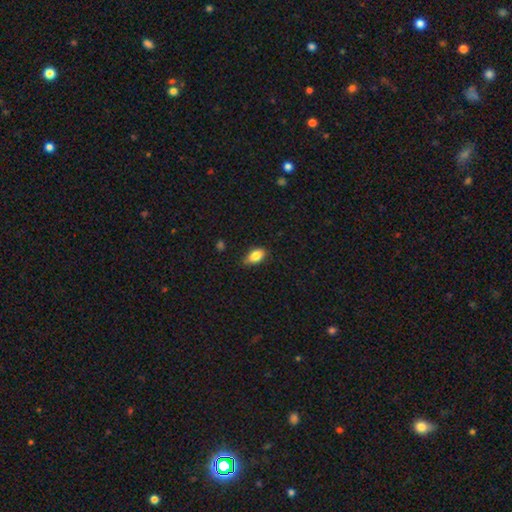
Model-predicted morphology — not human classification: Overall: smooth (83%). How rounded: in between (87%). Merging: none (72%).